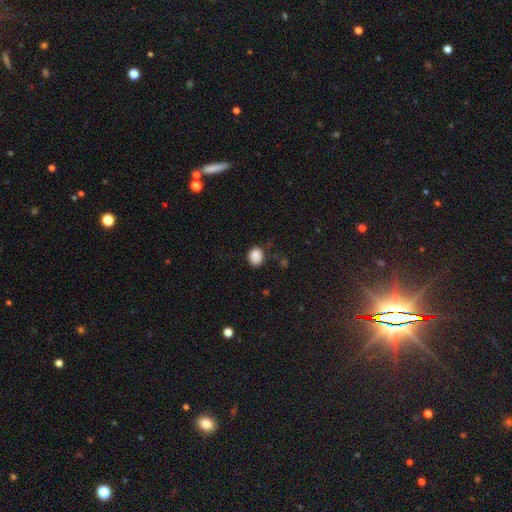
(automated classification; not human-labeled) Morphology: type=smooth (87%); roundness=round (58%); merging=none (73%).